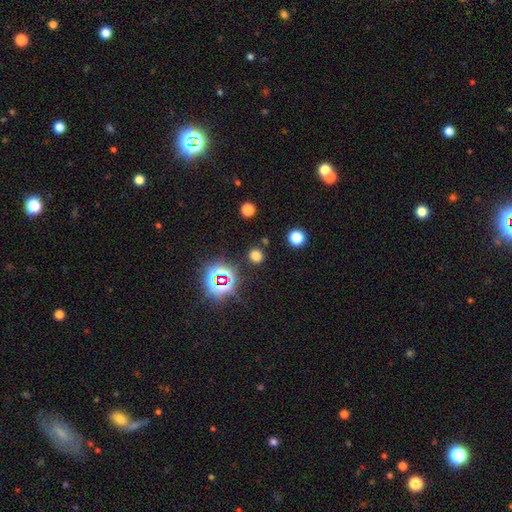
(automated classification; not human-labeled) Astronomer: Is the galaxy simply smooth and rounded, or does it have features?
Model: smooth — 65%.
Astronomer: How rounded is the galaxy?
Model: round — 79%.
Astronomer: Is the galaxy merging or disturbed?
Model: none — 86%.